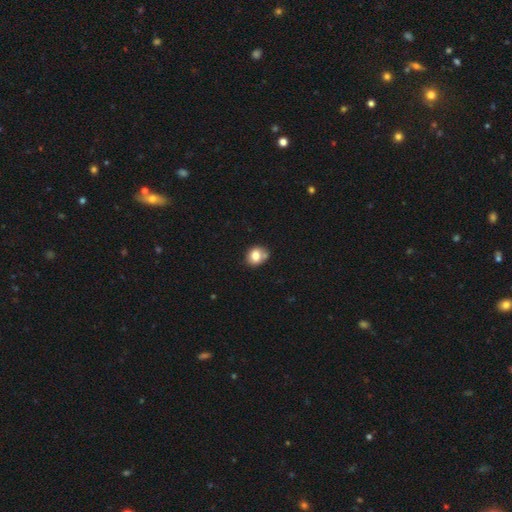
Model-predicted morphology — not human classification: smooth_or_featured: smooth (p=0.77) [alt: featured or disk p=0.13]
how_rounded: round (p=0.62) [alt: in between p=0.37]
merging: none (p=0.61) [alt: minor disturbance p=0.19]